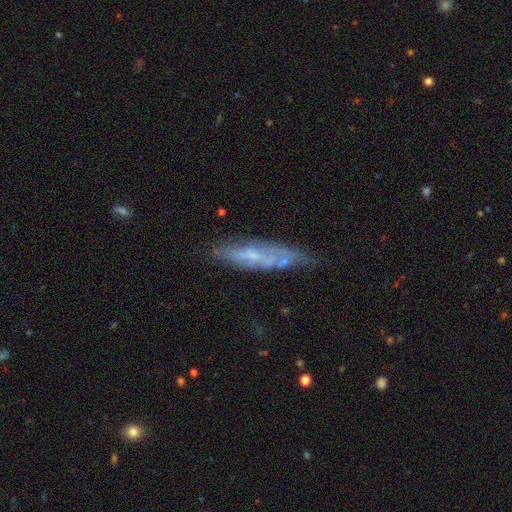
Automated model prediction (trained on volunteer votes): Smooth or featured?
  - featured or disk: 57% *
  - smooth: 35%
  - star or artifact: 9%
Edge-on disk?
  - no: 55% *
  - yes: 45%
Merging?
  - none: 61% *
  - minor disturbance: 24%
  - major disturbance: 8%
  - merger: 7%